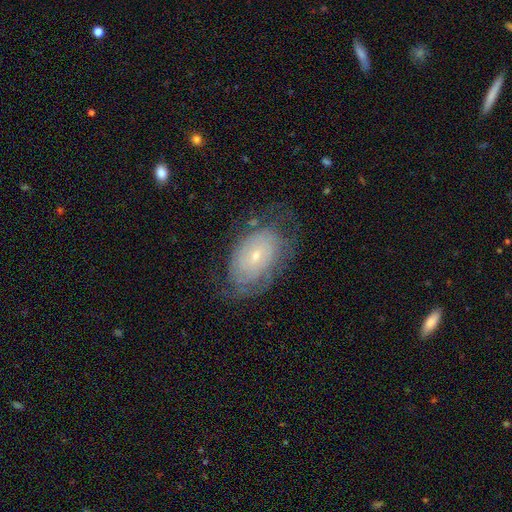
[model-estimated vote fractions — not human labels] smooth-or-featured: featured or disk: 62% | smooth: 29% | star or artifact: 8%
  disk-edge-on: no: 94% | yes: 6%
    bar: no: 77% | weak: 19% | strong: 4%
    has-spiral-arms: yes: 72% | no: 28%
    bulge-size: small: 74% | moderate: 22% | large: 2% | none: 2% | dominant: 1%
  merging: none: 62% | minor disturbance: 22% | major disturbance: 14% | merger: 1%